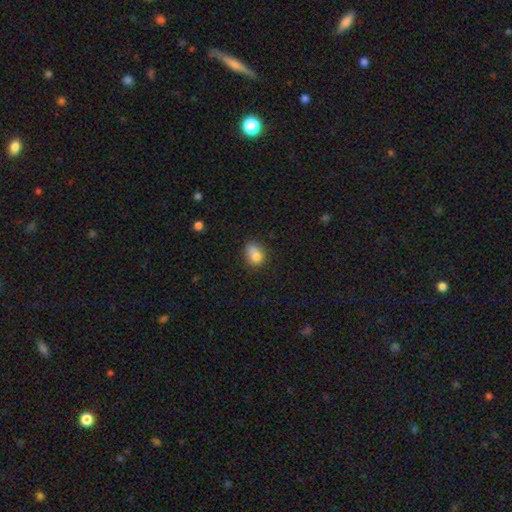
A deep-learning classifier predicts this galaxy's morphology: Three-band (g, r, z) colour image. It shows a smooth galaxy with no disk features (80%) that is in between round and cigar-shaped (63%). Merging: none (49%).